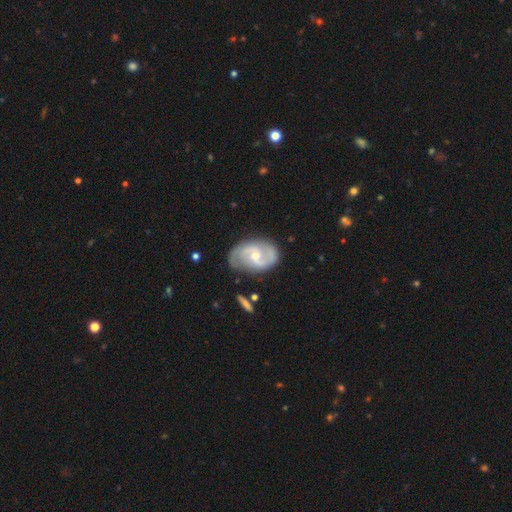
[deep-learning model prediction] A featured or disk galaxy (84%) with a weak bar (49%), 2 (88%) medium (50%) spiral arms (95%) and a small central bulge (53%).

Vote fractions:
- Smooth or featured? featured or disk: 84% / smooth: 11% / star or artifact: 5%
- Edge-on disk? no: 97% / yes: 3%
- Bar? weak: 49% / no: 40% / strong: 11%
- Spiral arms? yes: 95% / no: 5%
- Spiral winding? medium: 50% / loose: 27% / tight: 22%
- Spiral arm count? 2: 88% / can't tell: 6% / 1: 2% / 3: 2% / 4: 1% / more than 4: 1%
- Bulge size? small: 53% / moderate: 43% / large: 2% / none: 1% / dominant: 1%
- Merging? none: 72% / minor disturbance: 19% / major disturbance: 6% / merger: 3%